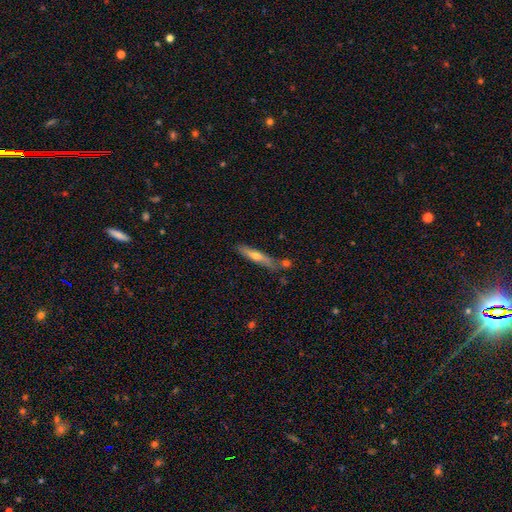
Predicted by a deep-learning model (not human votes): This is possibly a smooth galaxy (48%). Merging: likely none (74%).